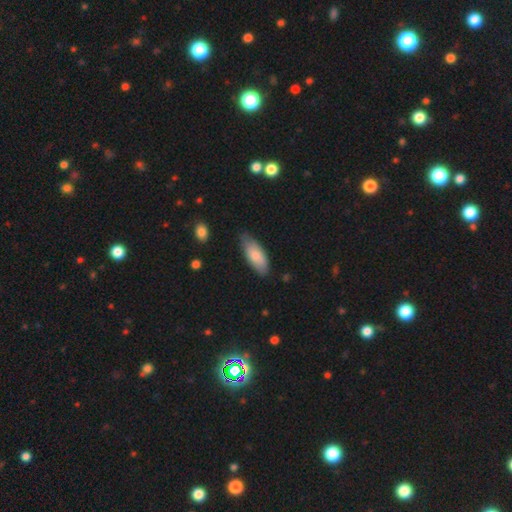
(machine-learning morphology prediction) smooth_or_featured: smooth (p=0.76) [alt: featured or disk p=0.19]
how_rounded: in between (p=0.82) [alt: cigar-shaped p=0.16]
merging: none (p=0.68) [alt: minor disturbance p=0.26]